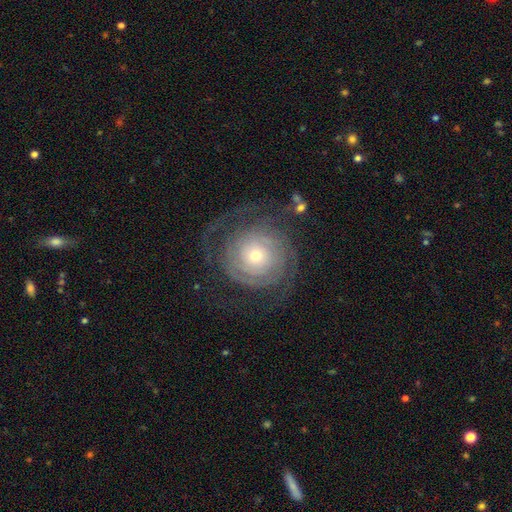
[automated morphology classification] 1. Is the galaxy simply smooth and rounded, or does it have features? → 79% featured or disk, 13% smooth, 8% star or artifact.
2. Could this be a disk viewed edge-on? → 97% no, 3% yes.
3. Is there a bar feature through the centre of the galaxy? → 81% no, 14% weak, 5% strong.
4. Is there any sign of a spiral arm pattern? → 89% yes, 11% no.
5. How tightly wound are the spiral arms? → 74% tight, 19% medium, 8% loose.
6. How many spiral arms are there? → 34% can't tell, 33% 2, 13% 3, 7% 4, 7% 1, 6% more than 4.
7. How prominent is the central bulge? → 55% small, 39% moderate, 4% large, 1% dominant, 1% none.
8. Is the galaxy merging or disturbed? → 72% none, 13% major disturbance, 13% minor disturbance, 2% merger.